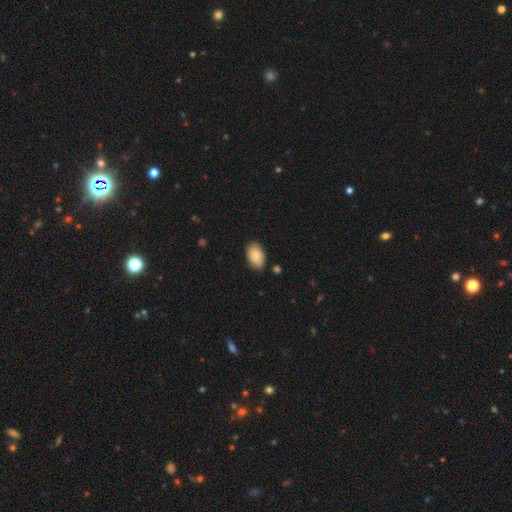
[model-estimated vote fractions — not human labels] Smooth or featured?
  - smooth: 86% *
  - featured or disk: 7%
  - star or artifact: 6%
How rounded?
  - in between: 92% *
  - round: 7%
  - cigar-shaped: 1%
Merging?
  - none: 84% *
  - minor disturbance: 12%
  - major disturbance: 2%
  - merger: 1%